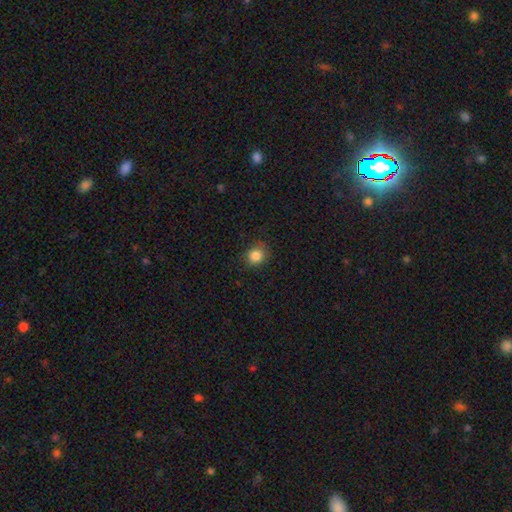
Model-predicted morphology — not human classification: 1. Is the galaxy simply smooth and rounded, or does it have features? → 85% smooth, 10% star or artifact, 5% featured or disk.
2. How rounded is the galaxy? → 82% round, 17% in between, 1% cigar-shaped.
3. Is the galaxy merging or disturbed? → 78% none, 16% minor disturbance, 5% major disturbance, 1% merger.